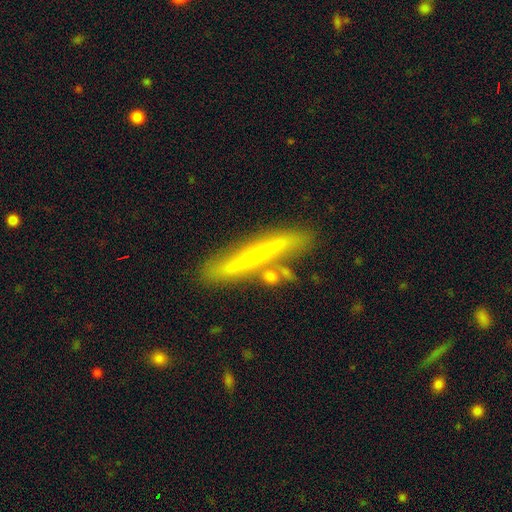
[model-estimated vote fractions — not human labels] Smooth or featured? featured or disk (60%)
Edge-on disk? yes (92%)
Edge-on bulge? rounded (47%)
Merging? none (74%)